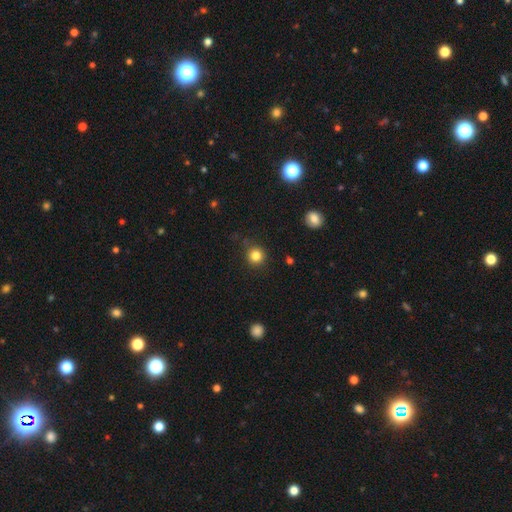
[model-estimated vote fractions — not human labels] Smooth or featured? smooth (83%)
How rounded? round (93%)
Merging? none (85%)